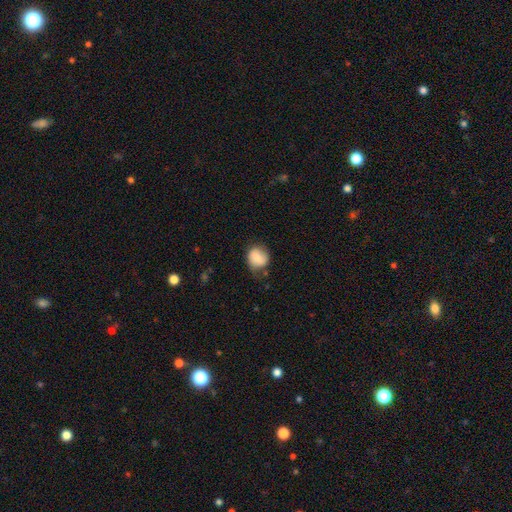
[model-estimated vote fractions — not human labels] This appears to be a smooth galaxy with no disk features (76%) that is round (74%). Merging: none (59%).